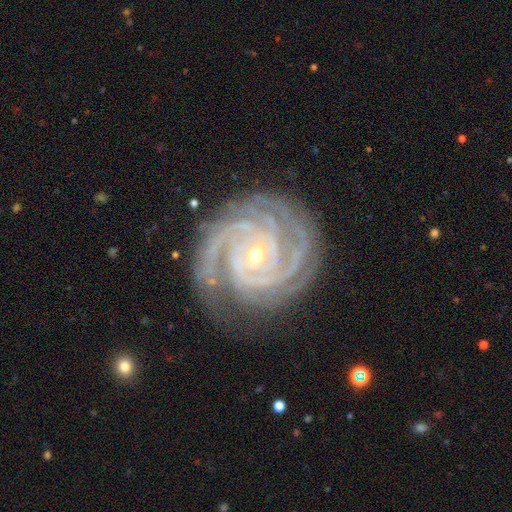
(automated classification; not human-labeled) Morphology: type=featured or disk (92%); edge-on=no (98%); bar=no (58%); spiral arms=yes (99%); winding=tight (79%); arm count=3 (26%); bulge=small (69%); merging=none (76%).